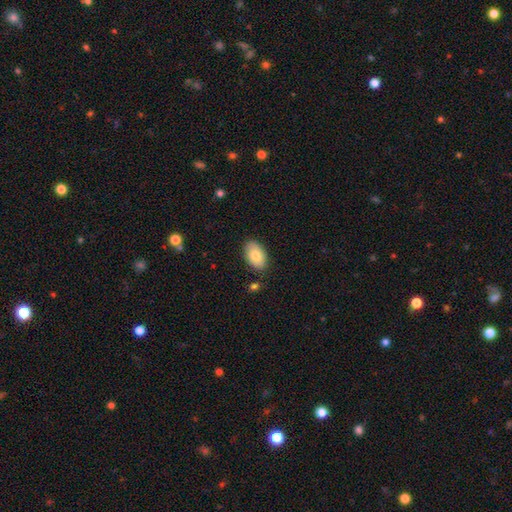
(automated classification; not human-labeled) smooth-or-featured: smooth: 79% | featured or disk: 15% | star or artifact: 7%
  how-rounded: in between: 91% | round: 7% | cigar-shaped: 1%
  merging: none: 83% | minor disturbance: 12% | merger: 2% | major disturbance: 2%